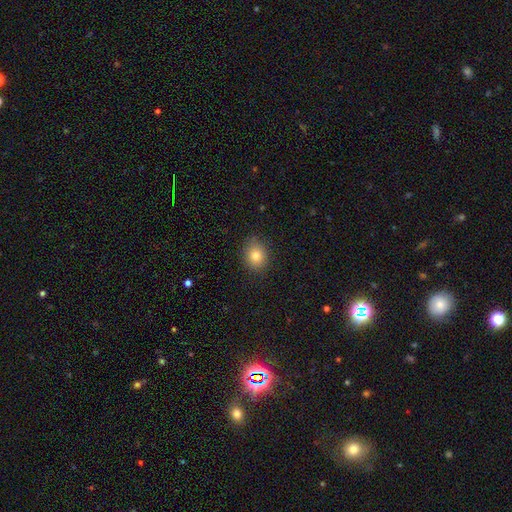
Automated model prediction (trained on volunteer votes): smooth_or_featured: smooth (p=0.80) [alt: star or artifact p=0.11]
how_rounded: round (p=0.56) [alt: in between p=0.43]
merging: none (p=0.86) [alt: minor disturbance p=0.10]